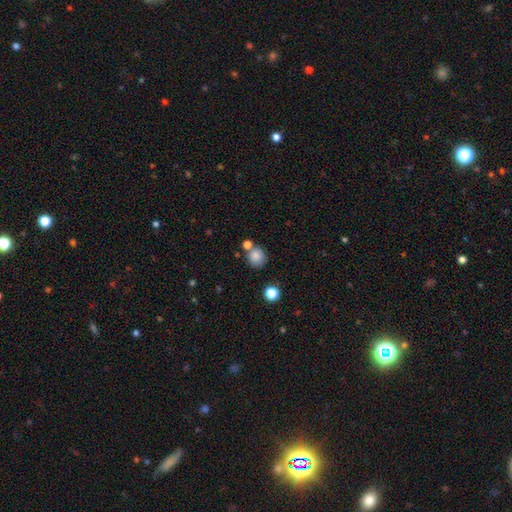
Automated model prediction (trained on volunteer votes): Smooth or featured? smooth (84%)
How rounded? round (90%)
Merging? none (70%)